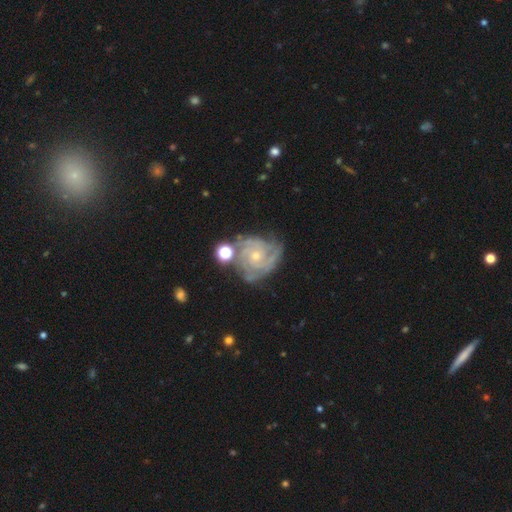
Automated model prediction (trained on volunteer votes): smooth_or_featured: featured or disk (p=0.87) [alt: smooth p=0.07]
disk_edge_on: no (p=0.98) [alt: yes p=0.02]
bar: no (p=0.76) [alt: weak p=0.20]
has_spiral_arms: yes (p=0.97) [alt: no p=0.03]
spiral_winding: tight (p=0.68) [alt: medium p=0.27]
spiral_arm_count: 3 (p=0.37) [alt: 2 p=0.21]
bulge_size: small (p=0.66) [alt: moderate p=0.30]
merging: none (p=0.63) [alt: minor disturbance p=0.21]